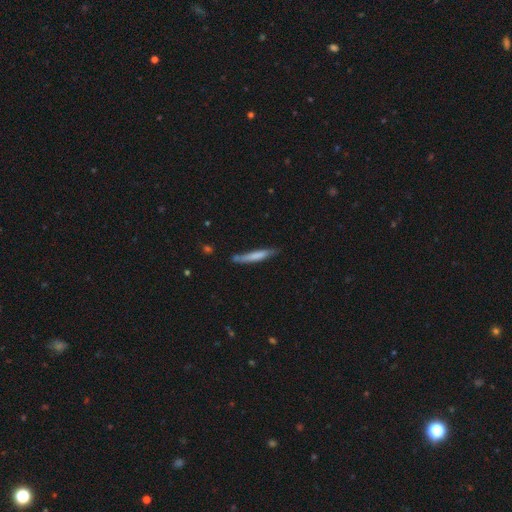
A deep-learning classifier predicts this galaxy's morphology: smooth-or-featured: smooth: 69% | featured or disk: 26% | star or artifact: 5%
  how-rounded: cigar-shaped: 93% | in between: 5% | round: 1%
  merging: none: 70% | minor disturbance: 21% | merger: 4% | major disturbance: 4%